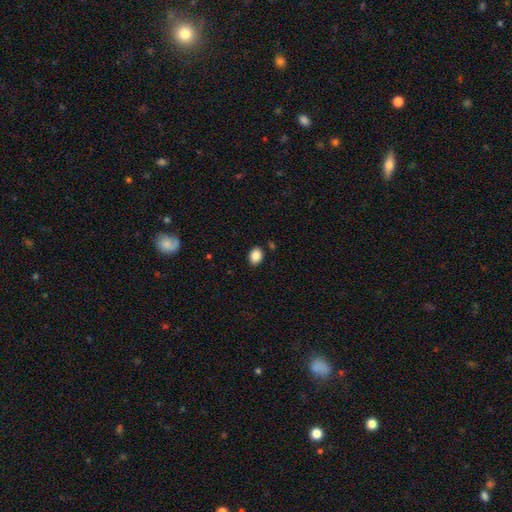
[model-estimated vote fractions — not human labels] Overall: smooth (88%). How rounded: in between (70%). Merging: none (87%).